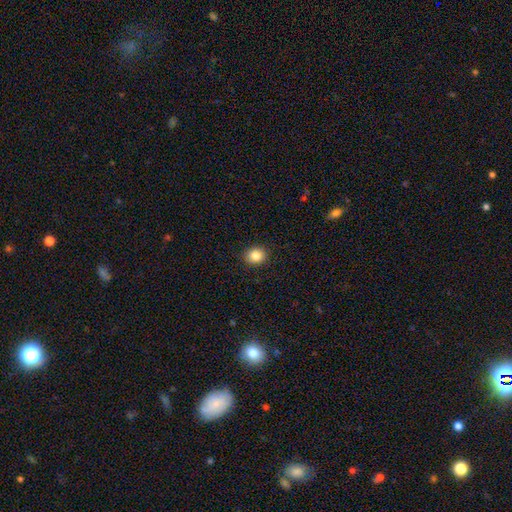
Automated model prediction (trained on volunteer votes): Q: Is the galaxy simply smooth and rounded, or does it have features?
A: smooth — 85%.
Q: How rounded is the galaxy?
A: round — 67%.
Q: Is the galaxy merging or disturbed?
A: none — 91%.